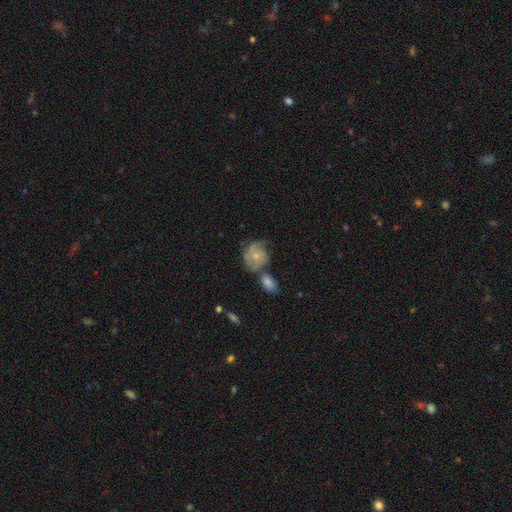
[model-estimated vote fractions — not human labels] The model was most divided on "spiral arm count": 2: 32%, can't tell: 27%, 3: 20%, 1: 14%, 4: 4%, more than 4: 3%. Remaining: edge-on disk — no (97%); spiral arms — yes (86%); bar — no (78%); smooth or featured — featured or disk (63%); bulge size — small (58%); spiral winding — tight (47%); merging — none (43%).